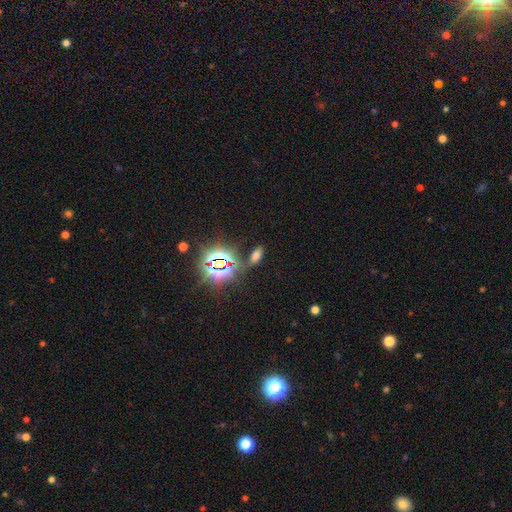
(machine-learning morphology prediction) type=smooth (52%); roundness=in between (84%); merging=none (74%).